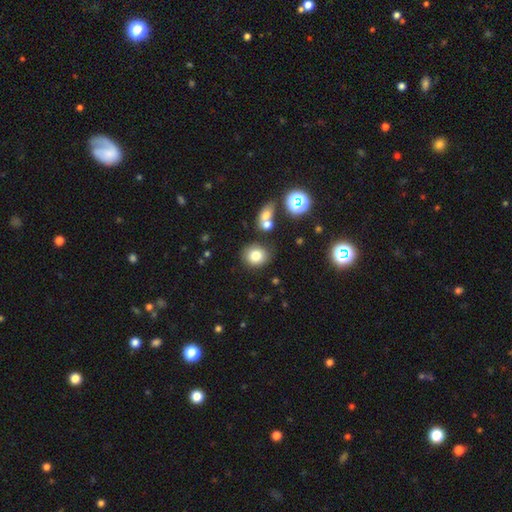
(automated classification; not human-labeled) This appears to be a smooth galaxy with no disk features (80%) that is round (78%). Merging: none (79%).